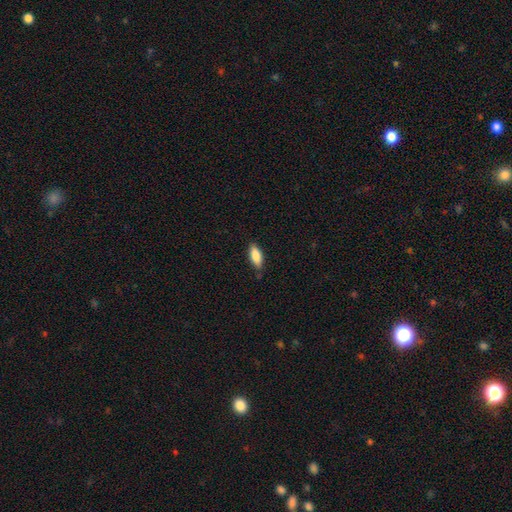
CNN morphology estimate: Overall: smooth (86%). How rounded: in between (74%). Merging: none (79%).